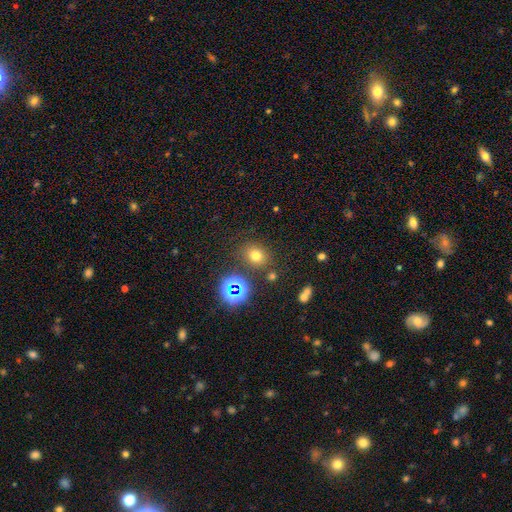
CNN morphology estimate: A smooth galaxy with no disk features (68%) that is round (64%). Merging: none (81%).